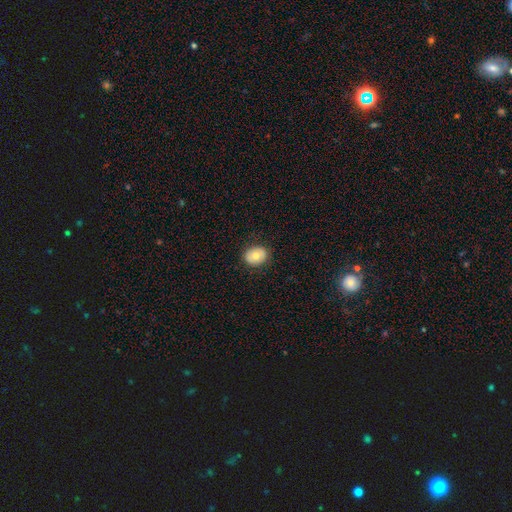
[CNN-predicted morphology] Smooth or featured? Predicted: smooth (p=0.70). How rounded? Predicted: round (p=0.59). Merging? Predicted: none (p=0.87).